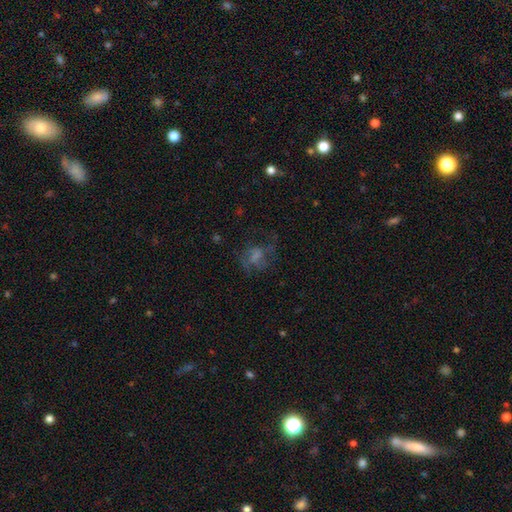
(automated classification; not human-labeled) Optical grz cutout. It shows a featured or disk galaxy (42%). Merging: none (55%).